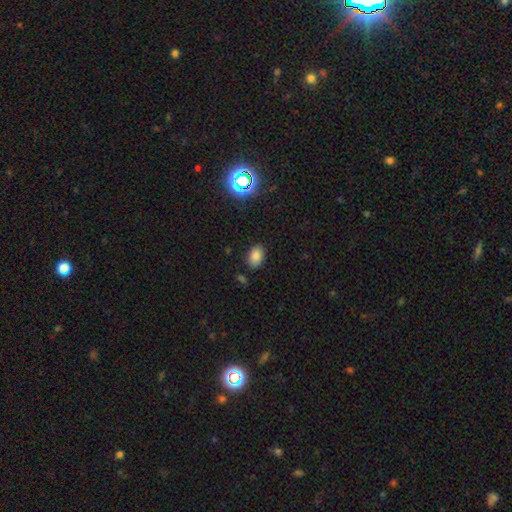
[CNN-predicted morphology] Q: Smooth or featured?
A: smooth (80%); runner-up: star or artifact (13%)
Q: How rounded?
A: in between (84%); runner-up: round (15%)
Q: Merging?
A: none (85%); runner-up: minor disturbance (11%)